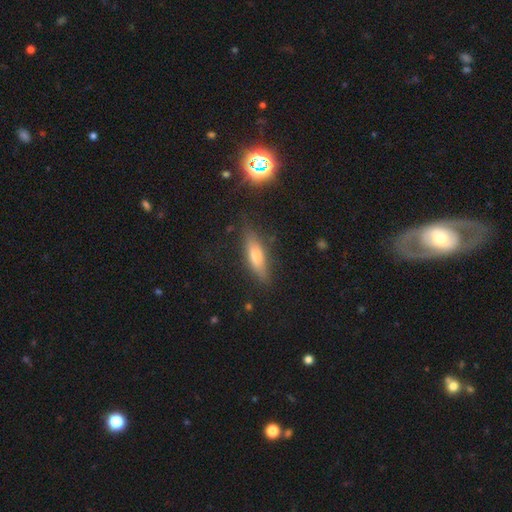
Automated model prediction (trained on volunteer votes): Overall: smooth (43%; featured or disk 42%). Merging: none (82%).